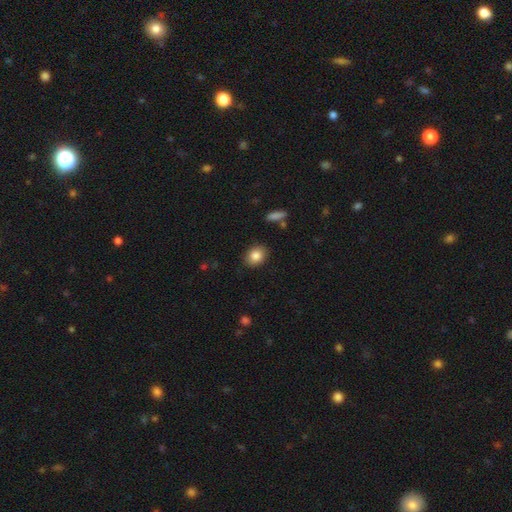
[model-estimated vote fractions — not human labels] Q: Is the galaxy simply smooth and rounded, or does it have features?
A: smooth — 84%.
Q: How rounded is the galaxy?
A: in between — 54%.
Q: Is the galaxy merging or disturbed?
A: none — 88%.